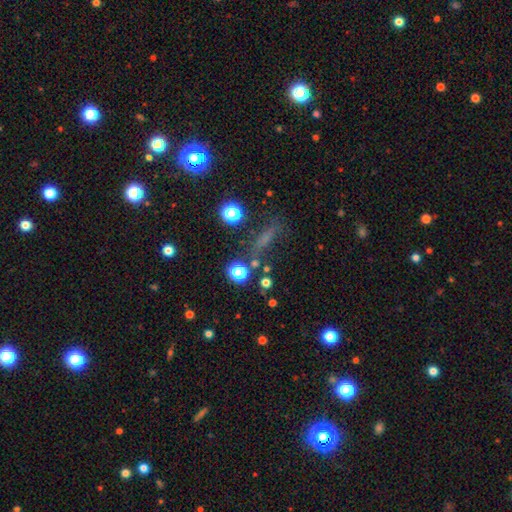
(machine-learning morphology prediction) This is possibly a star or artifact rather than a galaxy (50%).